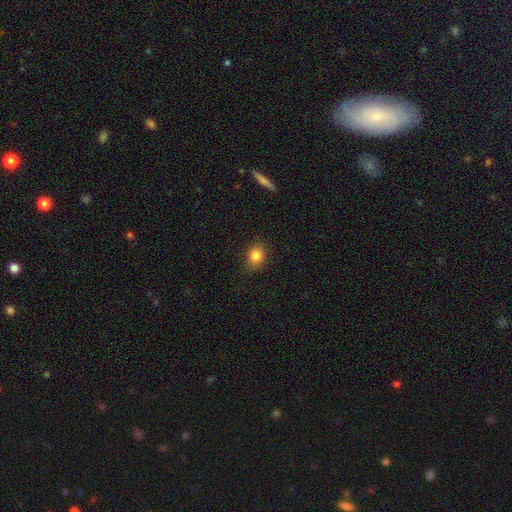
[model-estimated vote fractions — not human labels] Smooth or featured? Predicted: smooth (p=0.84). How rounded? Predicted: in between (p=0.50). Merging? Predicted: none (p=0.83).